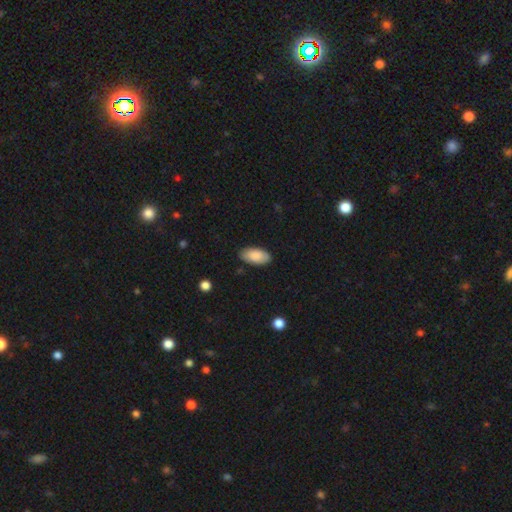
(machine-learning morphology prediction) Q: Smooth or featured?
A: smooth (88%); runner-up: featured or disk (6%)
Q: How rounded?
A: in between (94%); runner-up: cigar-shaped (4%)
Q: Merging?
A: none (85%); runner-up: minor disturbance (11%)